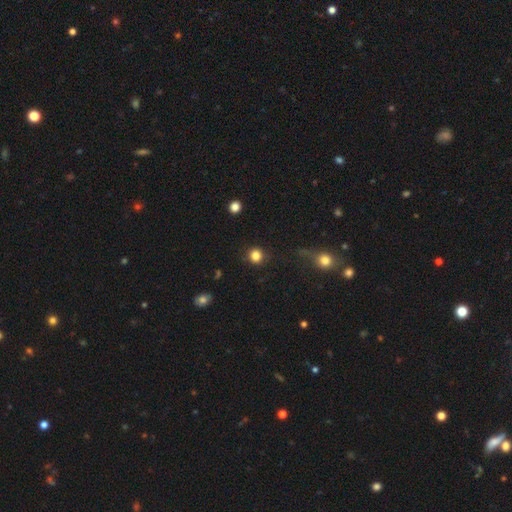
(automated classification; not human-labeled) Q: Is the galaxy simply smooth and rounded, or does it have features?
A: smooth — 84%.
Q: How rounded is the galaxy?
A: round — 91%.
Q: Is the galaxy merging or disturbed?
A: none — 88%.